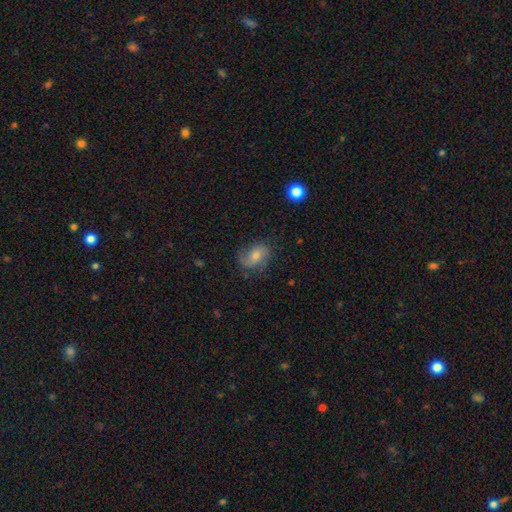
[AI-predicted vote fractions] smooth_or_featured: smooth (p=0.45) [alt: featured or disk p=0.43]
merging: none (p=0.70) [alt: minor disturbance p=0.21]